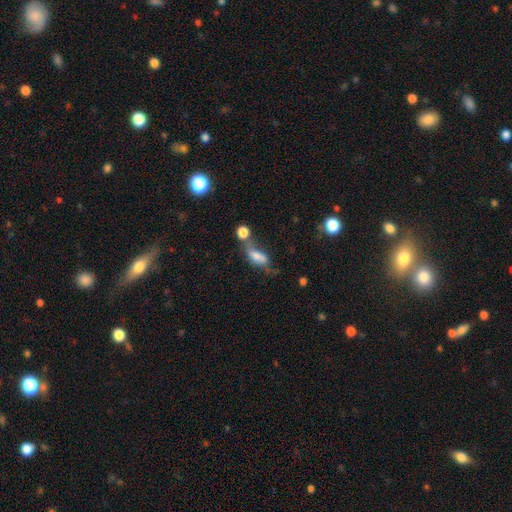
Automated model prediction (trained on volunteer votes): Smooth or featured? Predicted: smooth (p=0.60). How rounded? Predicted: in between (p=0.76). Merging? Predicted: merger (p=0.36).